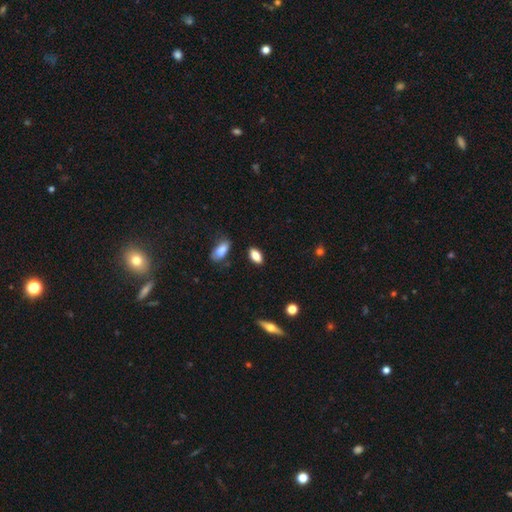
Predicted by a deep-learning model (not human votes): Smooth or featured?
  - smooth: 82% *
  - featured or disk: 10%
  - star or artifact: 8%
How rounded?
  - in between: 88% *
  - cigar-shaped: 8%
  - round: 4%
Merging?
  - none: 85% *
  - minor disturbance: 10%
  - merger: 3%
  - major disturbance: 2%